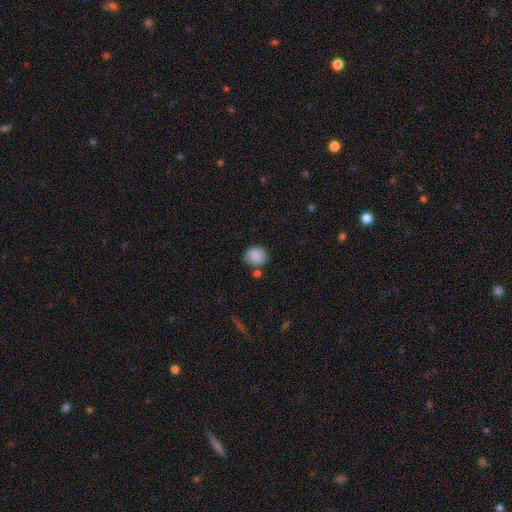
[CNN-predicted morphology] smooth 84%, featured or disk 8%, star or artifact 8%. Down the decision tree: how rounded — round (79%); merging — none (72%).